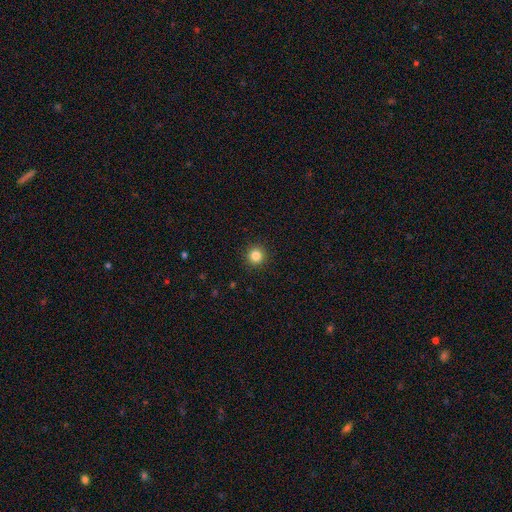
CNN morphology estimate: smooth 84%, star or artifact 12%, featured or disk 4%. Down the decision tree: how rounded — round (95%); merging — none (92%).